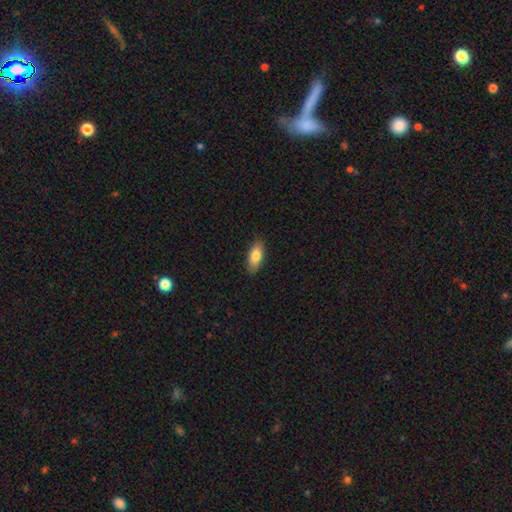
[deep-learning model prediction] Q: Smooth or featured?
A: smooth (79%); runner-up: featured or disk (15%)
Q: How rounded?
A: in between (85%); runner-up: cigar-shaped (13%)
Q: Merging?
A: none (86%); runner-up: minor disturbance (11%)